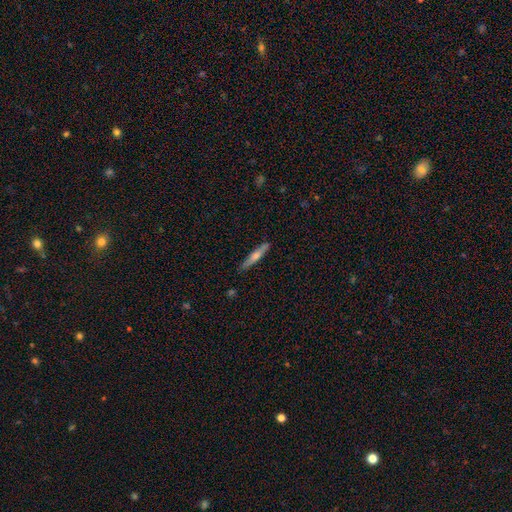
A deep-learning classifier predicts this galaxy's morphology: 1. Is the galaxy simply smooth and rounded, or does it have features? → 52% featured or disk, 42% smooth, 6% star or artifact.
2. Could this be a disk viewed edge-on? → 95% yes, 5% no.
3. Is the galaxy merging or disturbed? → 86% none, 10% minor disturbance, 2% major disturbance, 2% merger.